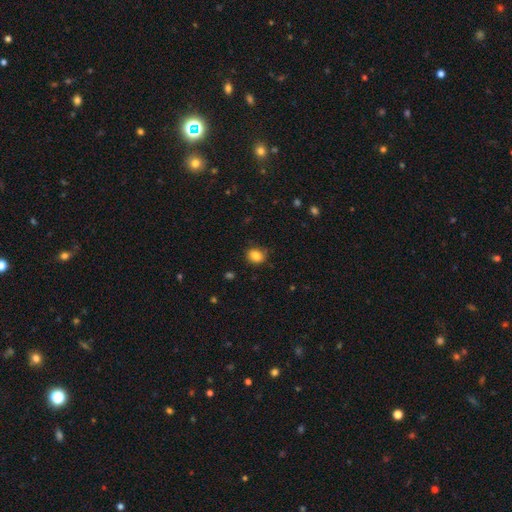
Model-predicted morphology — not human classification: Smooth or featured?
  - smooth: 85% *
  - star or artifact: 10%
  - featured or disk: 5%
How rounded?
  - round: 54% *
  - in between: 45%
  - cigar-shaped: 1%
Merging?
  - none: 81% *
  - minor disturbance: 15%
  - major disturbance: 3%
  - merger: 1%